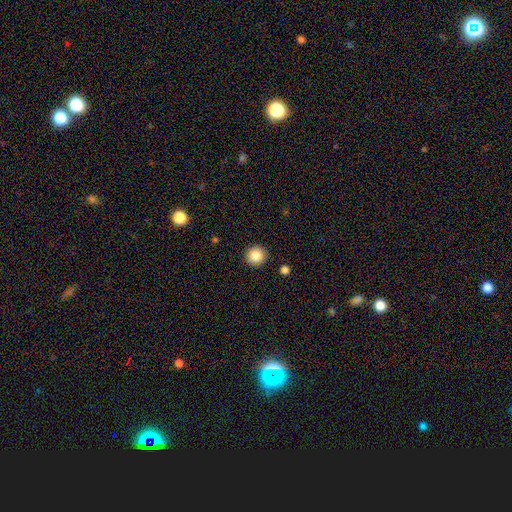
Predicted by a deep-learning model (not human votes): Q: Smooth or featured?
A: smooth (85%); runner-up: star or artifact (10%)
Q: How rounded?
A: round (94%); runner-up: in between (5%)
Q: Merging?
A: none (92%); runner-up: minor disturbance (5%)